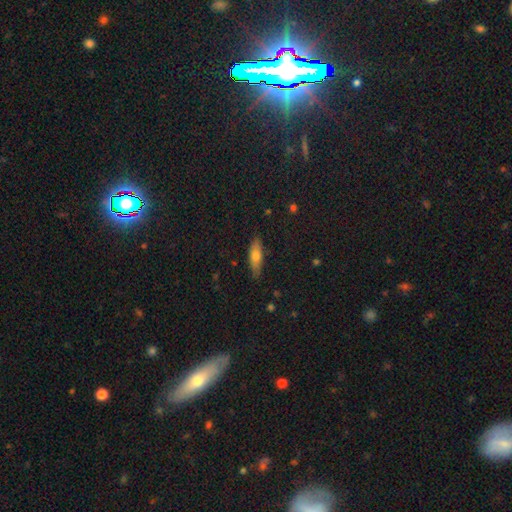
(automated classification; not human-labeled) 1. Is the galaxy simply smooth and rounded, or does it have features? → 64% smooth, 29% featured or disk, 7% star or artifact.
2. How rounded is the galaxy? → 49% cigar-shaped, 48% in between, 3% round.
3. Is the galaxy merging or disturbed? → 83% none, 13% minor disturbance, 3% major disturbance, 1% merger.